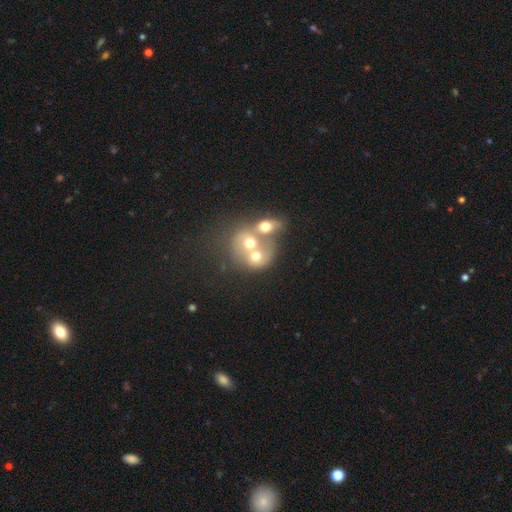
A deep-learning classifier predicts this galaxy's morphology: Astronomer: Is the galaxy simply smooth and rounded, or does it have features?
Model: smooth — 57%.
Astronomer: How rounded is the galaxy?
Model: round — 66%.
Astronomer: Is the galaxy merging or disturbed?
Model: merger — 66%.